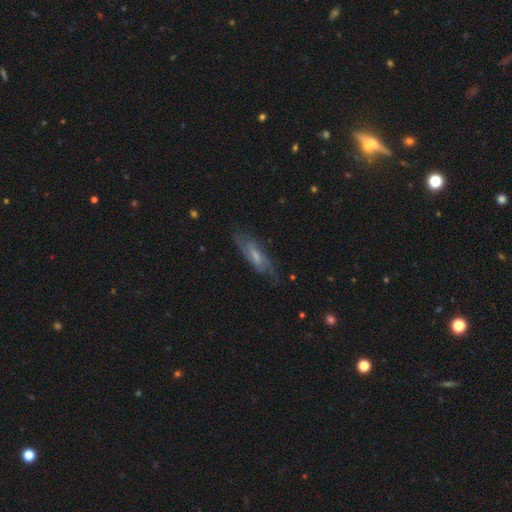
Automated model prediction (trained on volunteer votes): featured or disk 64%, smooth 29%, star or artifact 7%. Down the decision tree: edge-on disk — no (72%); merging — none (69%).